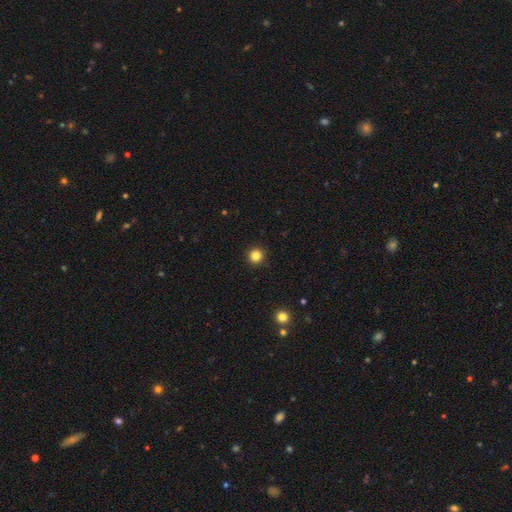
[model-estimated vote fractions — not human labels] Smooth or featured?
  - smooth: 83% *
  - star or artifact: 13%
  - featured or disk: 4%
How rounded?
  - round: 95% *
  - in between: 4%
  - cigar-shaped: 1%
Merging?
  - none: 93% *
  - minor disturbance: 4%
  - major disturbance: 1%
  - merger: 1%